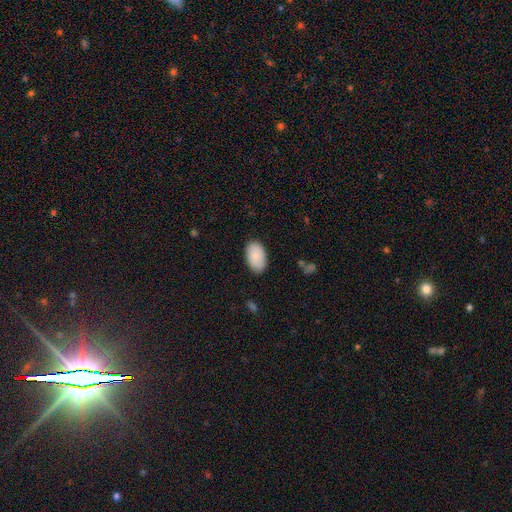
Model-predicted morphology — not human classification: smooth 89%, star or artifact 6%, featured or disk 5%. Down the decision tree: how rounded — in between (94%); merging — none (87%).